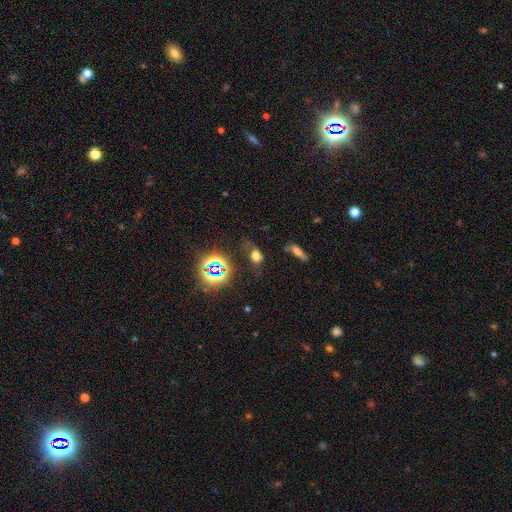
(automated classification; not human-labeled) Smooth or featured: smooth — 57% (star or artifact — 30%)
How rounded: in between — 72% (round — 24%)
Merging: none — 53% (minor disturbance — 24%)